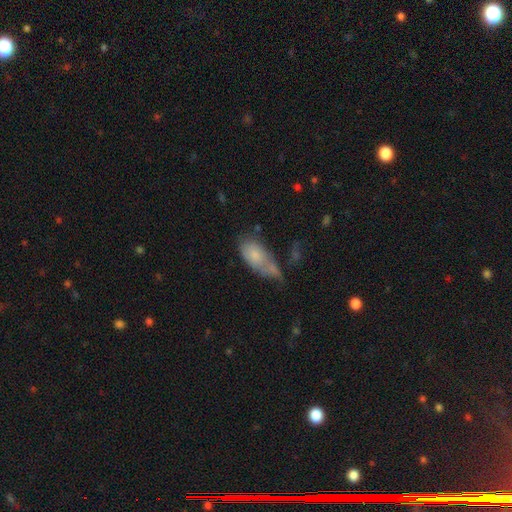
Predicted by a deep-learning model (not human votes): This is likely a smooth galaxy (73%). How rounded: clearly in between (89%). Merging: marginally none (33%).